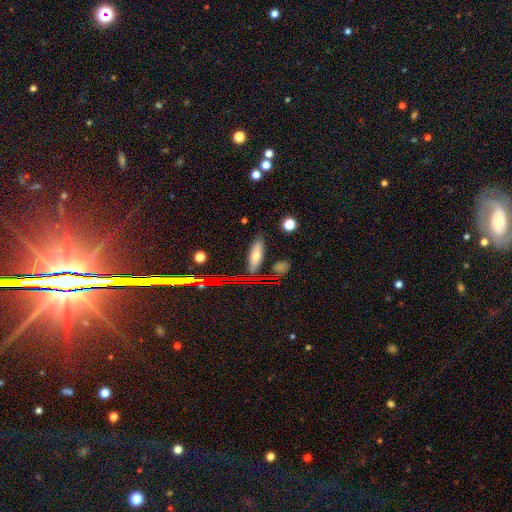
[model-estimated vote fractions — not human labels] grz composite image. It shows a smooth galaxy with no disk features (63%) that is in between round and cigar-shaped (53%). Merging: none (80%).